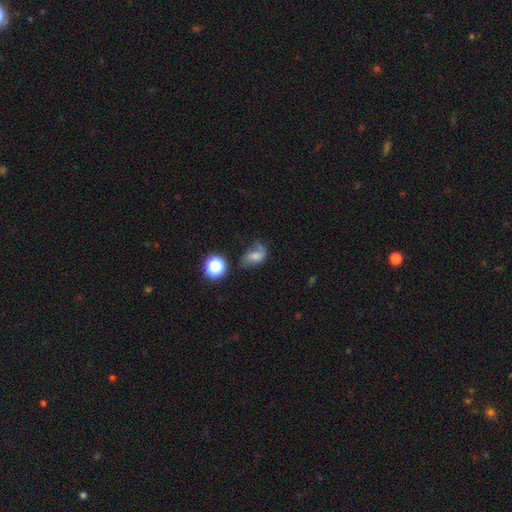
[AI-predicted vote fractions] A smooth galaxy with no disk features (54%) that is in between round and cigar-shaped (76%). Merging: none (35%).